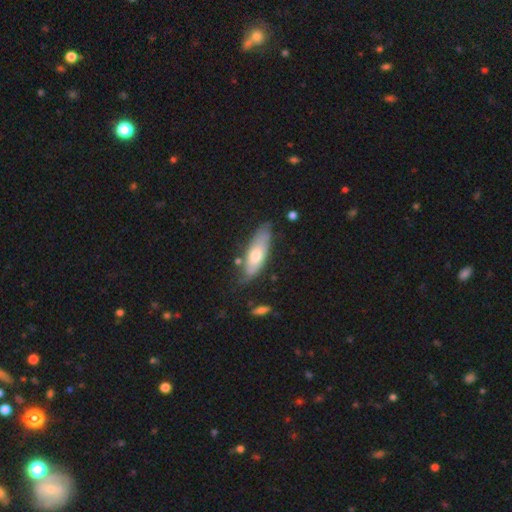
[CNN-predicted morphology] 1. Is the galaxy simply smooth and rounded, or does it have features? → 53% smooth, 41% featured or disk, 6% star or artifact.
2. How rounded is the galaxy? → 60% in between, 38% cigar-shaped, 2% round.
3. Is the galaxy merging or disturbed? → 69% none, 22% minor disturbance, 5% major disturbance, 4% merger.